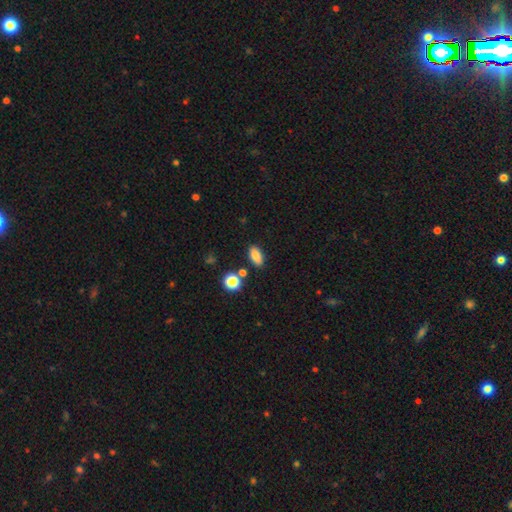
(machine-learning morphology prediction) This is clearly a smooth galaxy (84%). How rounded: clearly in between (85%). Merging: clearly none (84%).